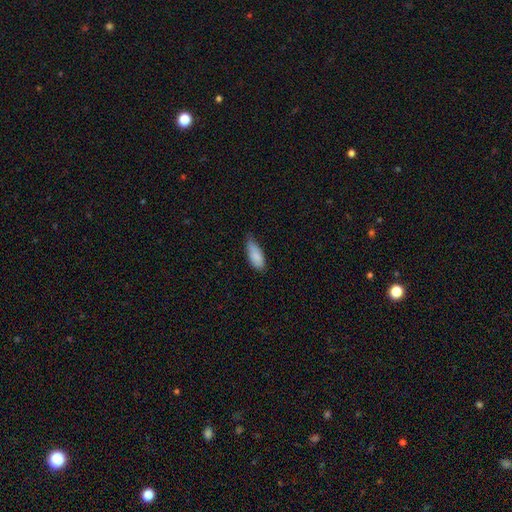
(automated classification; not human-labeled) Overall: smooth (87%). How rounded: in between (81%). Merging: none (57%; minor disturbance 37%).